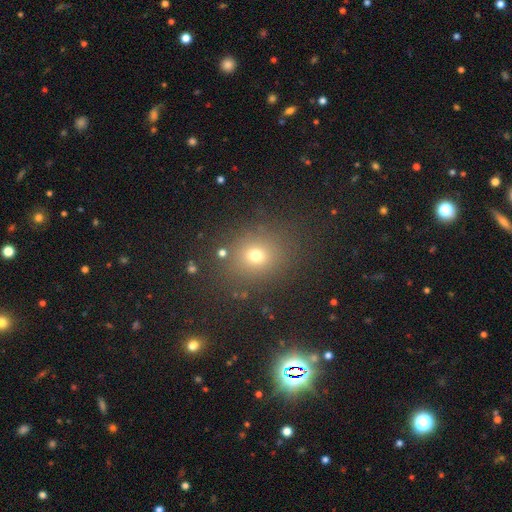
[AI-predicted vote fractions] smooth_or_featured: smooth (p=0.70) [alt: star or artifact p=0.21]
how_rounded: round (p=0.73) [alt: in between p=0.26]
merging: none (p=0.82) [alt: minor disturbance p=0.10]